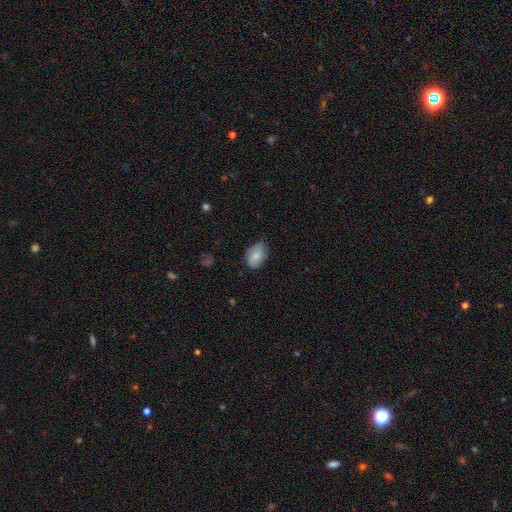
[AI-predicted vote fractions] Smooth or featured? Predicted: smooth (p=0.76). How rounded? Predicted: in between (p=0.81). Merging? Predicted: none (p=0.65).